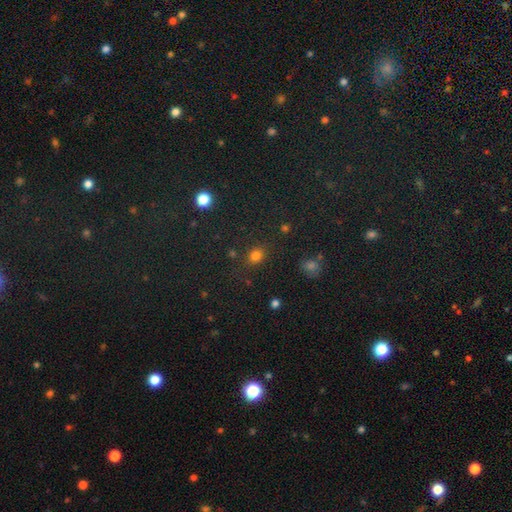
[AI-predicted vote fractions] This is likely a smooth galaxy (77%). How rounded: likely round (60%). Merging: clearly none (81%).